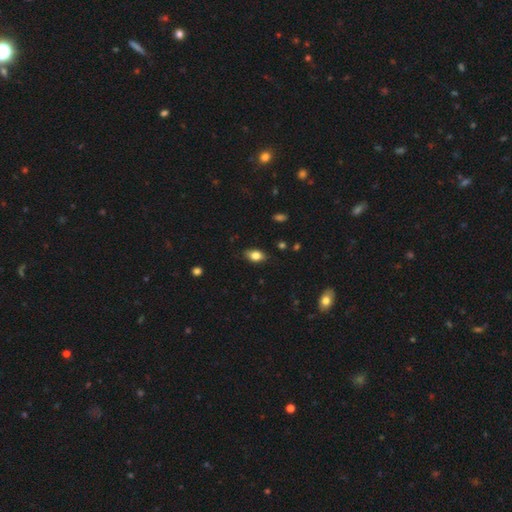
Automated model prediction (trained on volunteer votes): Morphology: type=smooth (80%); roundness=in between (84%); merging=none (81%).